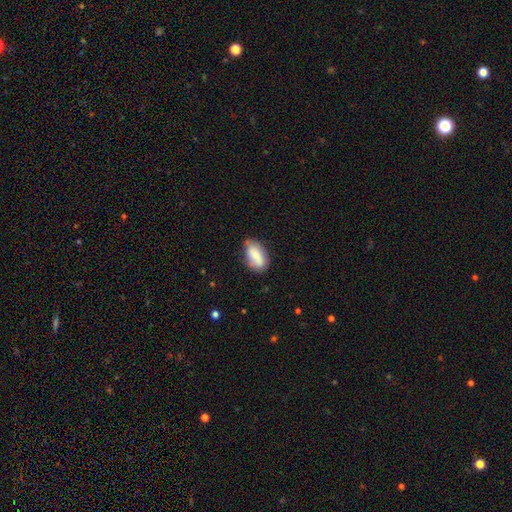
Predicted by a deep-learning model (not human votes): Smooth or featured? Predicted: smooth (p=0.75). How rounded? Predicted: in between (p=0.91). Merging? Predicted: none (p=0.62).